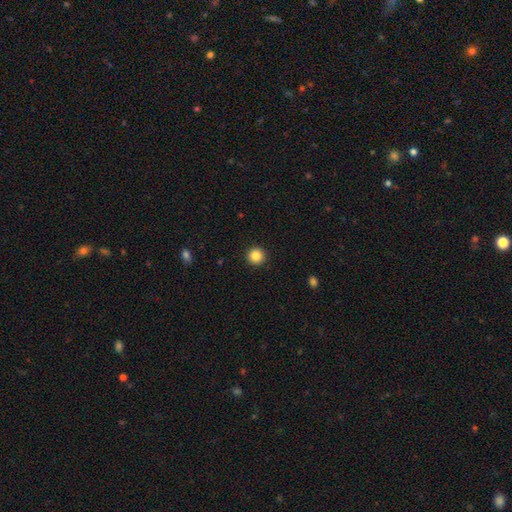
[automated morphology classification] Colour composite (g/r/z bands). It shows a smooth galaxy with no disk features (86%) that is round (96%). Merging: none (93%).